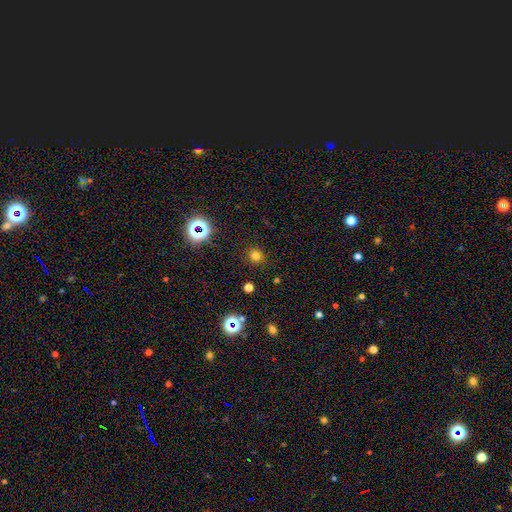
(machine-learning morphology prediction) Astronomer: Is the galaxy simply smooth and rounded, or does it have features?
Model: smooth — 73%.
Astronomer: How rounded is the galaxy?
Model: round — 87%.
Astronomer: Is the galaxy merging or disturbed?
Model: none — 89%.